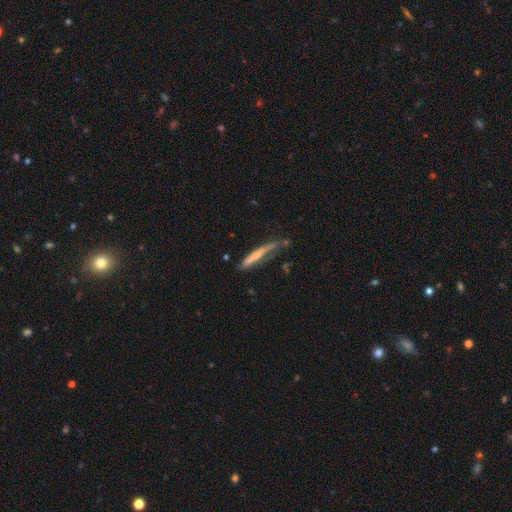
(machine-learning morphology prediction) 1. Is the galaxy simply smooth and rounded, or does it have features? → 56% smooth, 38% featured or disk, 6% star or artifact.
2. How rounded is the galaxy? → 94% cigar-shaped, 5% in between, 1% round.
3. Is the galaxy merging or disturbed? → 55% none, 28% minor disturbance, 12% major disturbance, 5% merger.